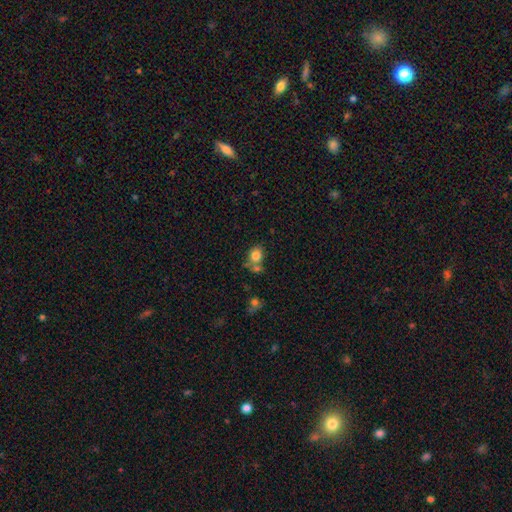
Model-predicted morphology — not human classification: The model was most divided on "merging": none: 50%, merger: 29%, minor disturbance: 15%, major disturbance: 6%. More confident: smooth or featured — smooth (81%); how rounded — round (62%).